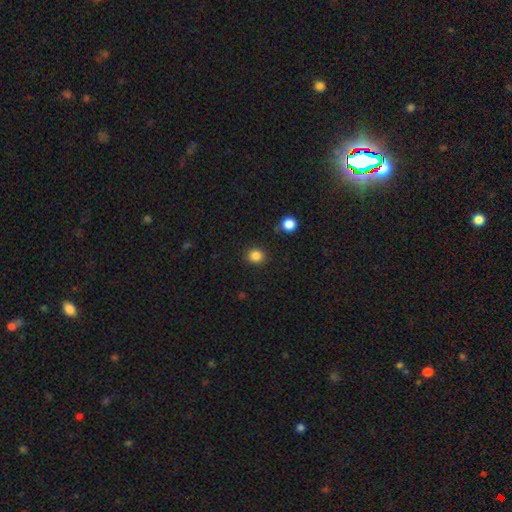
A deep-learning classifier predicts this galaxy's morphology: A smooth galaxy with no disk features (85%) that is round (85%). Merging: none (89%).